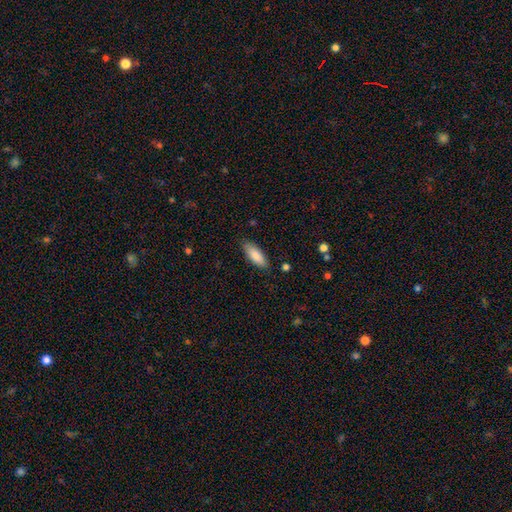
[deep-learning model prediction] Overall: smooth (85%). How rounded: in between (67%; cigar-shaped 31%). Merging: none (86%).